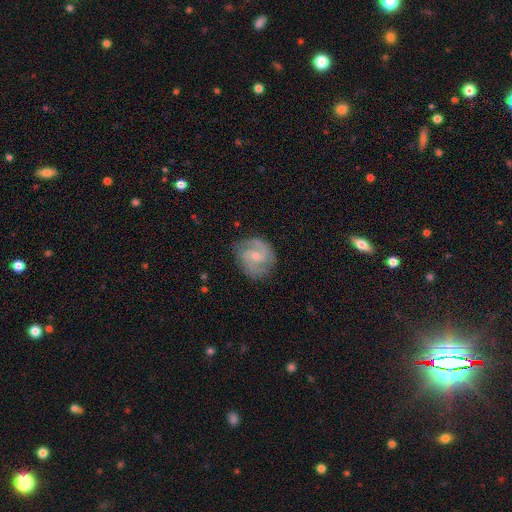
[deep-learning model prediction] Smooth or featured? Predicted: featured or disk (p=0.83). Edge-on disk? Predicted: no (p=0.98). Bar? Predicted: weak (p=0.47). Spiral arms? Predicted: yes (p=0.97). Spiral winding? Predicted: medium (p=0.50). Spiral arm count? Predicted: 2 (p=0.79). Bulge size? Predicted: small (p=0.52). Merging? Predicted: none (p=0.78).